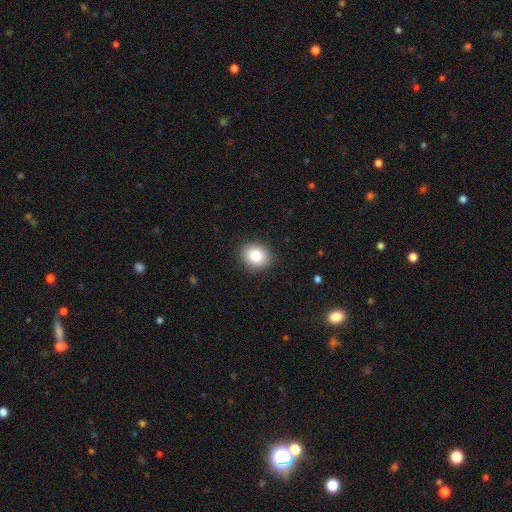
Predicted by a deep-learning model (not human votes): Smooth or featured?
  - smooth: 82% *
  - star or artifact: 10%
  - featured or disk: 9%
How rounded?
  - round: 65% *
  - in between: 34%
  - cigar-shaped: 1%
Merging?
  - none: 90% *
  - minor disturbance: 7%
  - major disturbance: 2%
  - merger: 1%